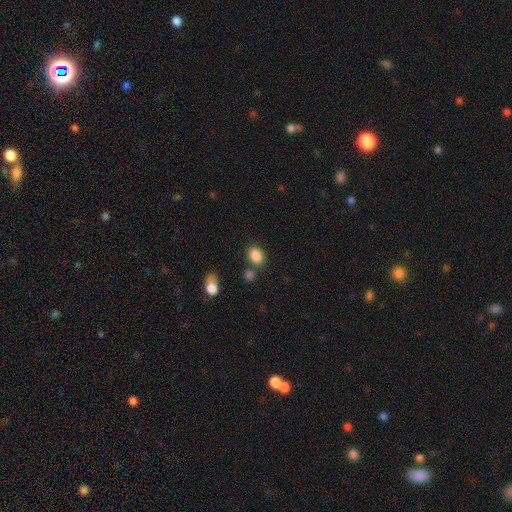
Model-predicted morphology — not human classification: Smooth or featured: smooth — 86% (star or artifact — 9%)
How rounded: in between — 66% (round — 33%)
Merging: none — 68% (merger — 15%)